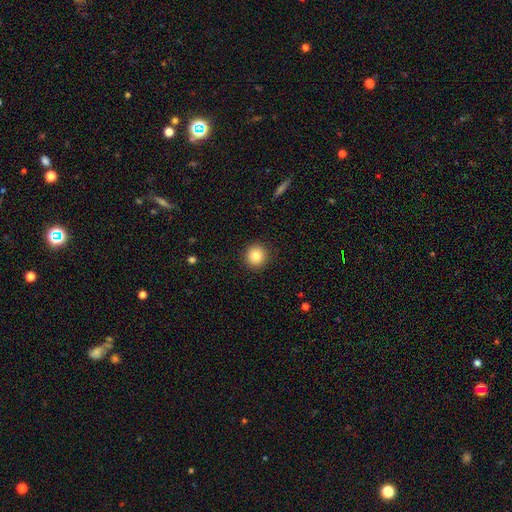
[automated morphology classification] smooth 85%, star or artifact 10%, featured or disk 6%. Down the decision tree: how rounded — round (94%); merging — none (92%).